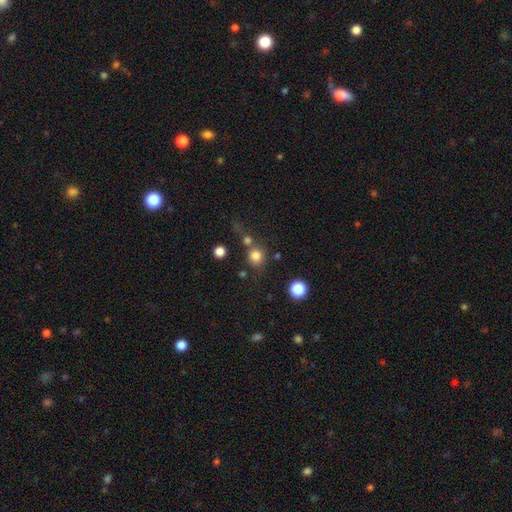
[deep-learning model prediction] Smooth or featured: smooth — 80% (star or artifact — 14%)
How rounded: round — 88% (in between — 11%)
Merging: none — 65% (merger — 20%)